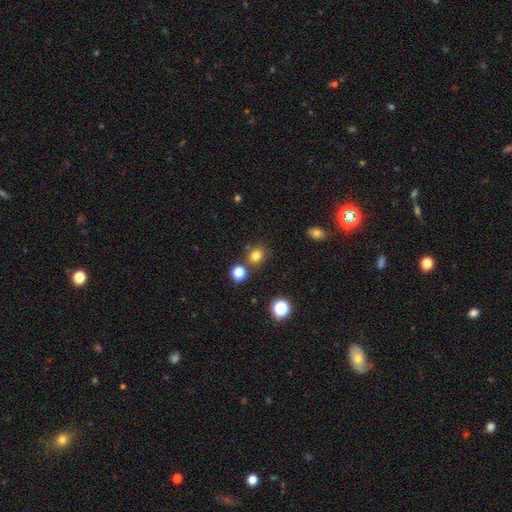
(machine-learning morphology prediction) smooth_or_featured: smooth (p=0.77) [alt: star or artifact p=0.17]
how_rounded: round (p=0.82) [alt: in between p=0.17]
merging: none (p=0.78) [alt: minor disturbance p=0.10]